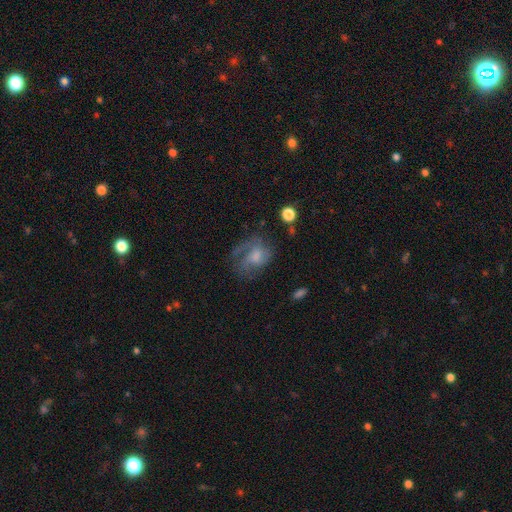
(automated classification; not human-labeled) Morphology: type=featured or disk (55%); edge-on=no (96%); bar=no (68%); spiral arms=yes (74%); bulge=moderate (40%); merging=none (51%).